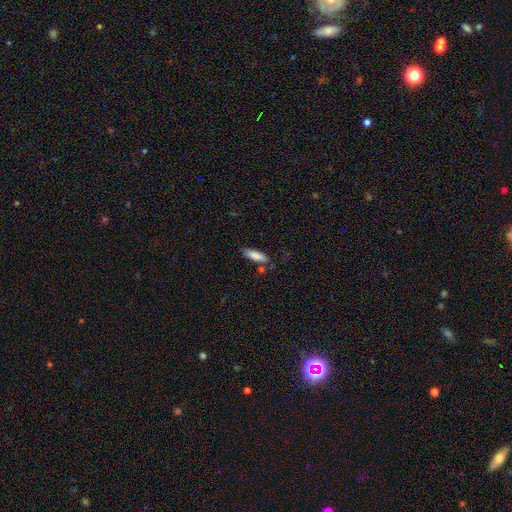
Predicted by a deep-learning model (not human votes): Morphology: type=smooth (84%); roundness=in between (51%); merging=none (70%).